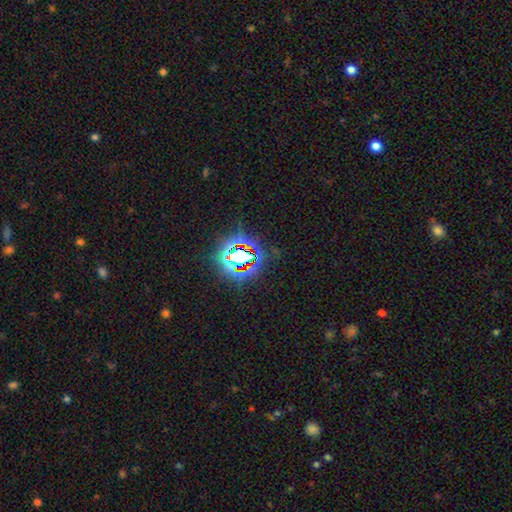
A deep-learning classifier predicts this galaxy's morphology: type=star or artifact (79%).